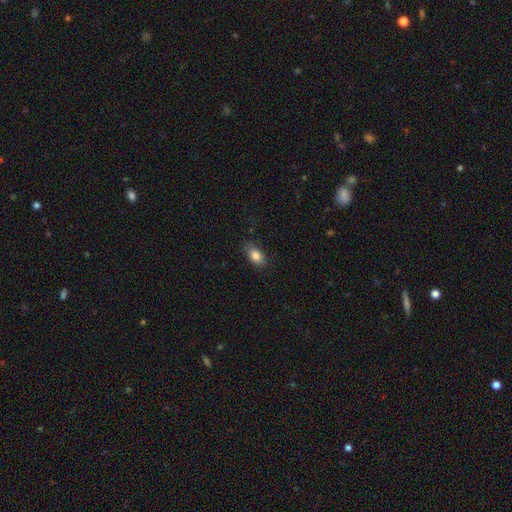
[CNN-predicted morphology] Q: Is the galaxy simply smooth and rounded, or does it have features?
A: smooth — 82%.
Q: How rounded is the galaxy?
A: in between — 87%.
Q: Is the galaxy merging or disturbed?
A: none — 83%.